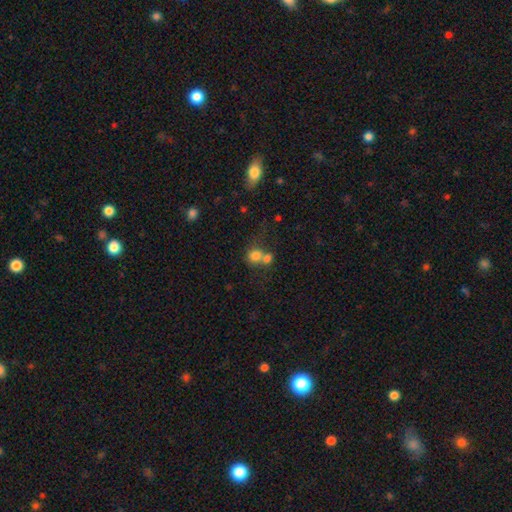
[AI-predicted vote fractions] Smooth or featured?
  - smooth: 76% *
  - featured or disk: 12%
  - star or artifact: 11%
How rounded?
  - round: 73% *
  - in between: 26%
  - cigar-shaped: 1%
Merging?
  - merger: 56% *
  - none: 30%
  - minor disturbance: 8%
  - major disturbance: 6%